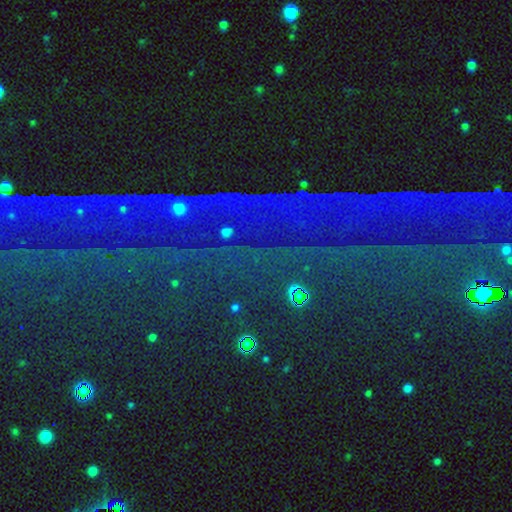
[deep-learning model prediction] Smooth or featured: star or artifact — 83% (featured or disk — 9%)